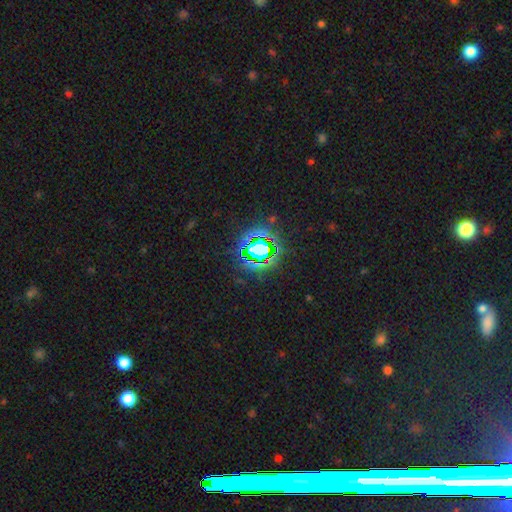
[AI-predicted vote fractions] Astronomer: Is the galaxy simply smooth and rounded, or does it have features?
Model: star or artifact — 79%.